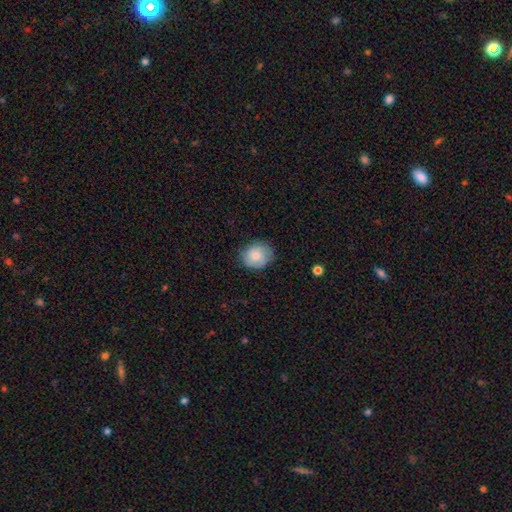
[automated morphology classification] This appears to be a smooth galaxy with no disk features (76%) that is round (66%). Merging: none (78%).